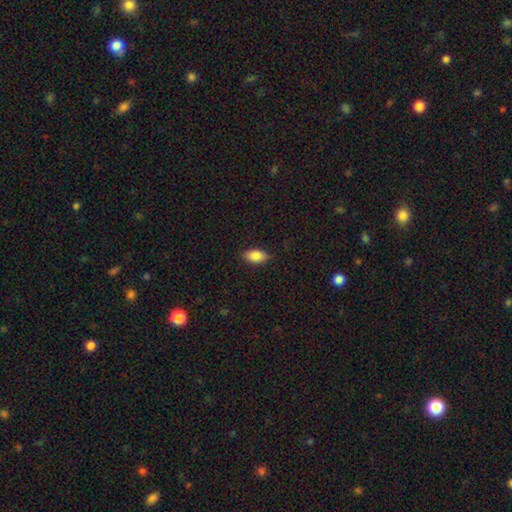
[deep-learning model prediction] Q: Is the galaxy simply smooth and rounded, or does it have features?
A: smooth — 87%.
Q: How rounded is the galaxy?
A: in between — 92%.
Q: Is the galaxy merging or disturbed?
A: none — 87%.